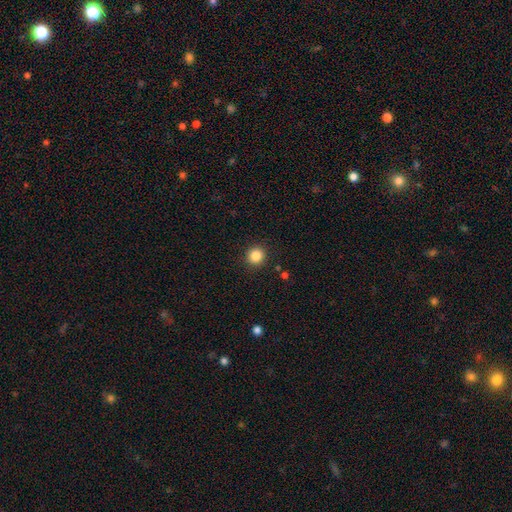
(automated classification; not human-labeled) Morphology: type=smooth (85%); roundness=round (92%); merging=none (91%).